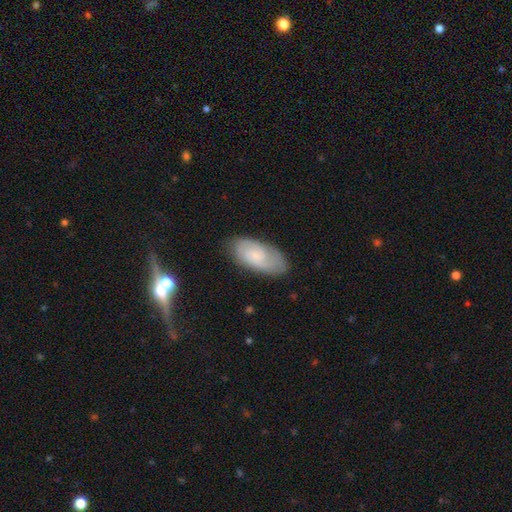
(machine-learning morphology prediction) This is possibly a featured or disk galaxy (54%). It is clearly not viewed edge-on (94%). Bar: likely no (67%). Spiral arm pattern: clearly yes (87%). Central bulge: likely small (64%). Merging: likely none (75%).